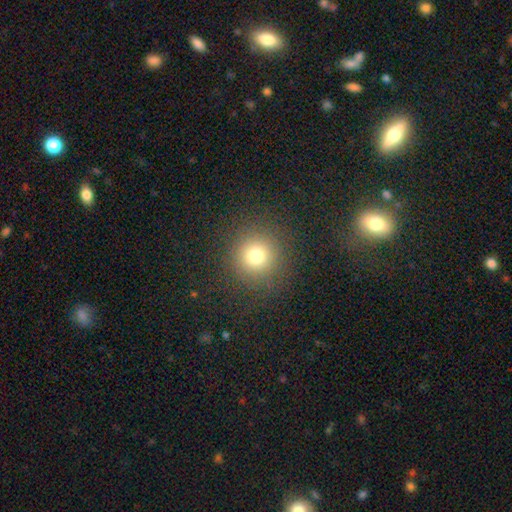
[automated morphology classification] A smooth galaxy with no disk features (73%) that is round (94%).

Vote fractions:
- Smooth or featured? smooth: 73% / star or artifact: 18% / featured or disk: 9%
- How rounded? round: 94% / in between: 5% / cigar-shaped: 1%
- Merging? none: 88% / minor disturbance: 7% / major disturbance: 4% / merger: 1%